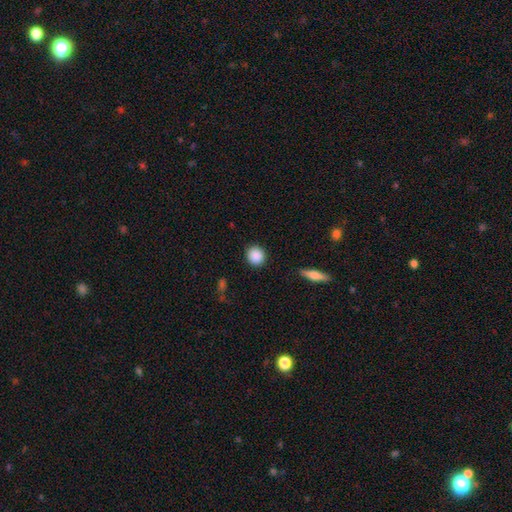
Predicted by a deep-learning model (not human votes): This is clearly a smooth galaxy (89%). How rounded: clearly round (87%). Merging: clearly none (89%).